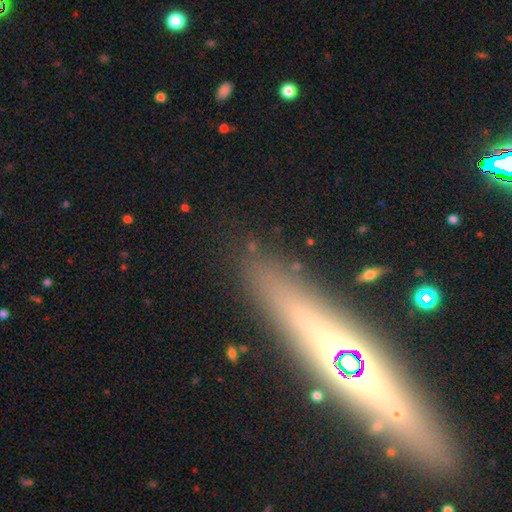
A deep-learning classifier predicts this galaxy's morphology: featured or disk 55%, smooth 24%, star or artifact 21%. Down the decision tree: edge-on disk — yes (84%); merging — none (87%).